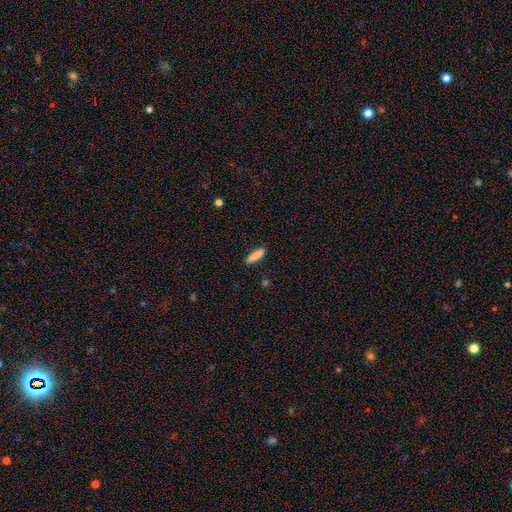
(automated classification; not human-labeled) The model was most divided on "how rounded": cigar-shaped: 68%, in between: 31%, round: 2%. More confident: merging — none (88%); smooth or featured — smooth (87%).